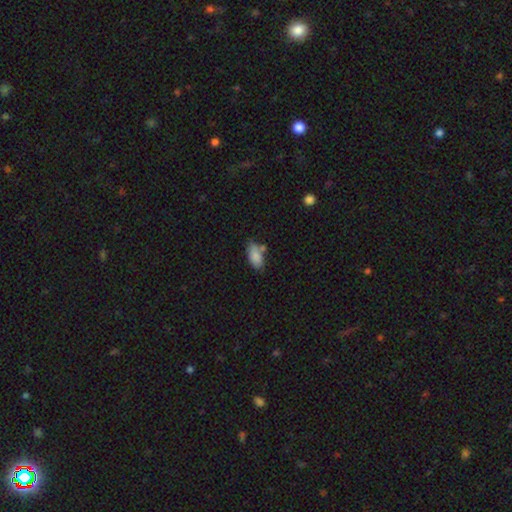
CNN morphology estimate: Smooth or featured? smooth (85%)
How rounded? in between (89%)
Merging? none (61%)